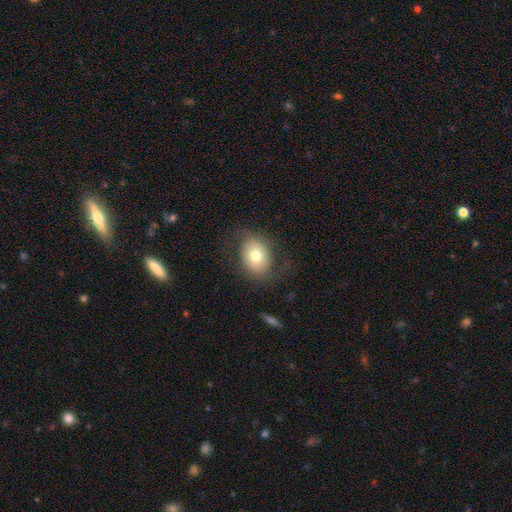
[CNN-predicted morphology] Smooth or featured? Predicted: smooth (p=0.69). How rounded? Predicted: in between (p=0.58). Merging? Predicted: none (p=0.70).